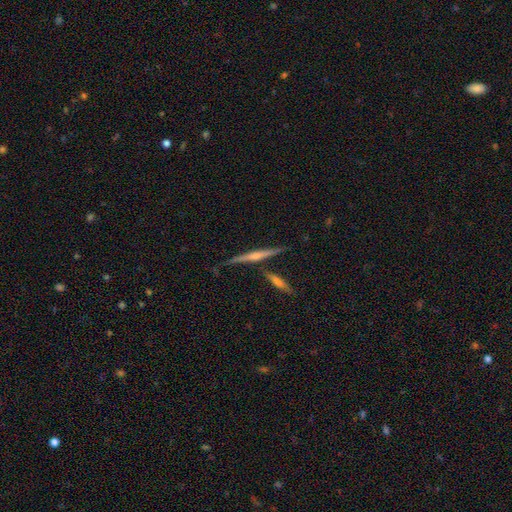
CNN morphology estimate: Smooth or featured? Predicted: featured or disk (p=0.76). Edge-on disk? Predicted: yes (p=0.98). Edge-on bulge? Predicted: rounded (p=0.70). Merging? Predicted: none (p=0.80).